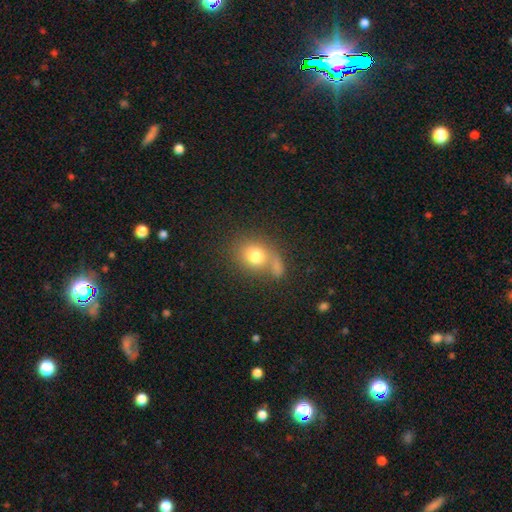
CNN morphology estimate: Q: Smooth or featured?
A: smooth (76%); runner-up: featured or disk (13%)
Q: How rounded?
A: round (59%); runner-up: in between (40%)
Q: Merging?
A: none (44%); runner-up: merger (29%)